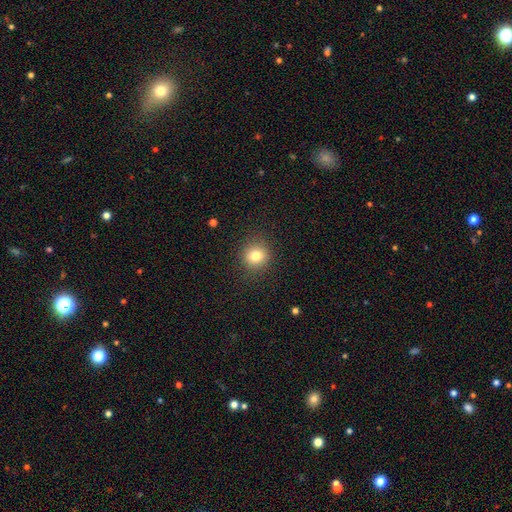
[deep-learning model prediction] This appears to be a smooth galaxy with no disk features (80%) that is round (90%). Merging: none (89%).